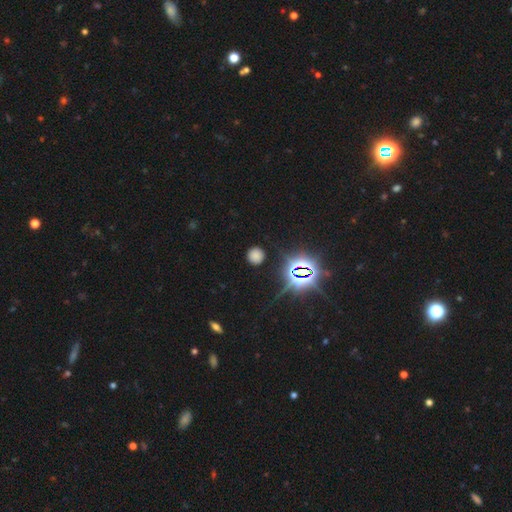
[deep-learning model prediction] The model was most divided on "smooth or featured": smooth: 66%, star or artifact: 28%, featured or disk: 6%. More confident: how rounded — round (92%); merging — none (88%).